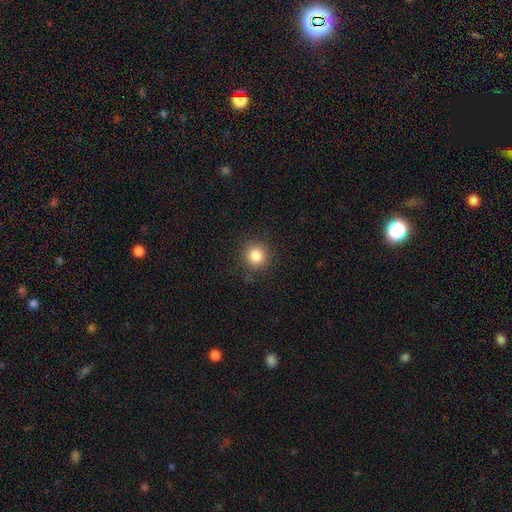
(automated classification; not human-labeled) smooth_or_featured: smooth (p=0.85) [alt: star or artifact p=0.11]
how_rounded: round (p=0.93) [alt: in between p=0.06]
merging: none (p=0.88) [alt: minor disturbance p=0.09]